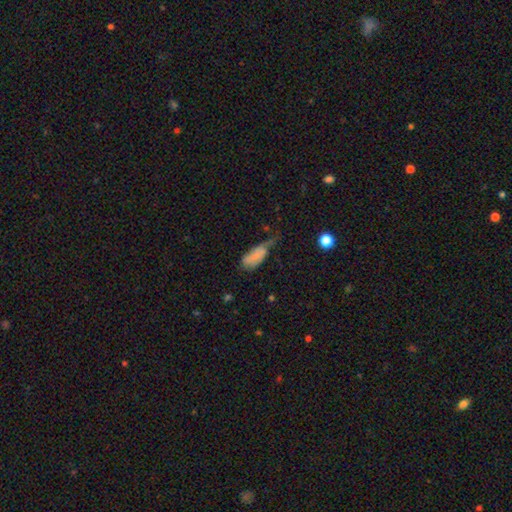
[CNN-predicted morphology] Smooth or featured?
  - smooth: 73% *
  - featured or disk: 18%
  - star or artifact: 9%
How rounded?
  - in between: 86% *
  - cigar-shaped: 11%
  - round: 3%
Merging?
  - minor disturbance: 38% *
  - major disturbance: 36%
  - none: 21%
  - merger: 5%